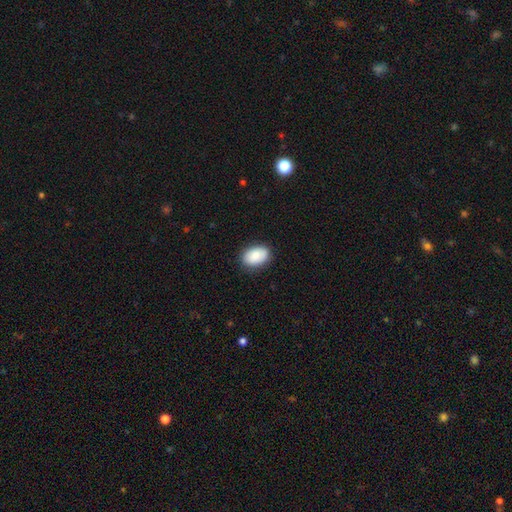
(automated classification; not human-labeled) Overall: smooth (88%). How rounded: in between (88%). Merging: none (85%).